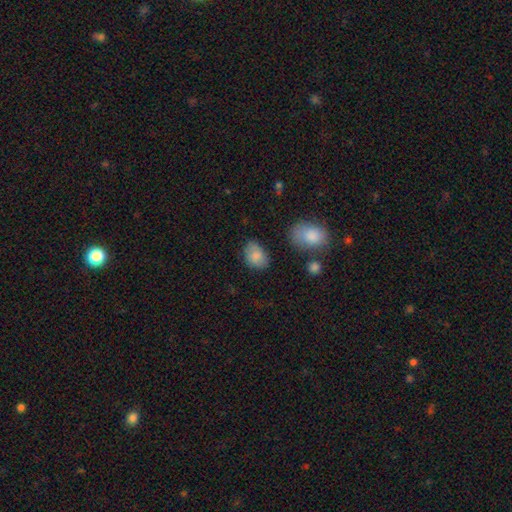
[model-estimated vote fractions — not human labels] smooth_or_featured: smooth (p=0.83) [alt: featured or disk p=0.10]
how_rounded: in between (p=0.84) [alt: round p=0.15]
merging: none (p=0.70) [alt: minor disturbance p=0.21]